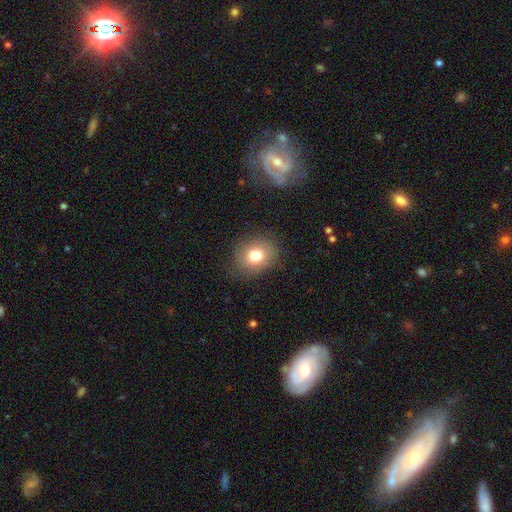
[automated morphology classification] Smooth or featured?
  - smooth: 77% *
  - featured or disk: 12%
  - star or artifact: 11%
How rounded?
  - round: 55% *
  - in between: 44%
  - cigar-shaped: 1%
Merging?
  - none: 80% *
  - minor disturbance: 14%
  - major disturbance: 5%
  - merger: 1%